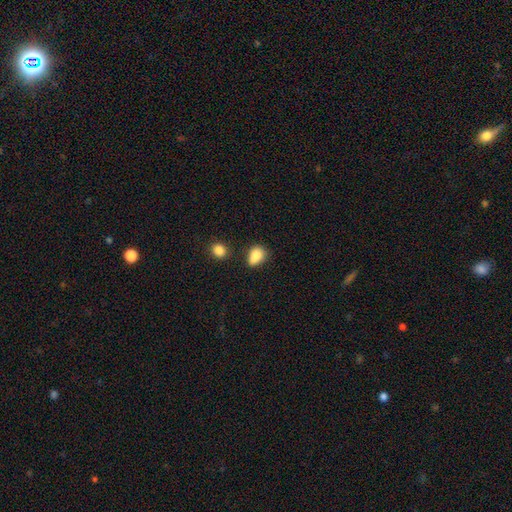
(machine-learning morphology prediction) smooth 85%, star or artifact 10%, featured or disk 5%. Down the decision tree: how rounded — in between (76%); merging — none (54%).